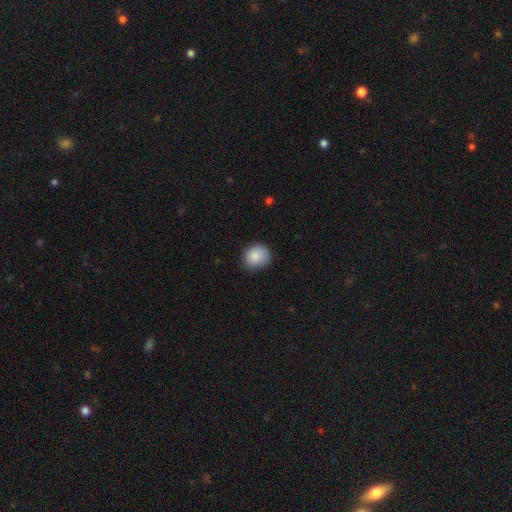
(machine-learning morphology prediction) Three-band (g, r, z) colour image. It shows a smooth galaxy with no disk features (87%) that is round (77%). Merging: none (79%).